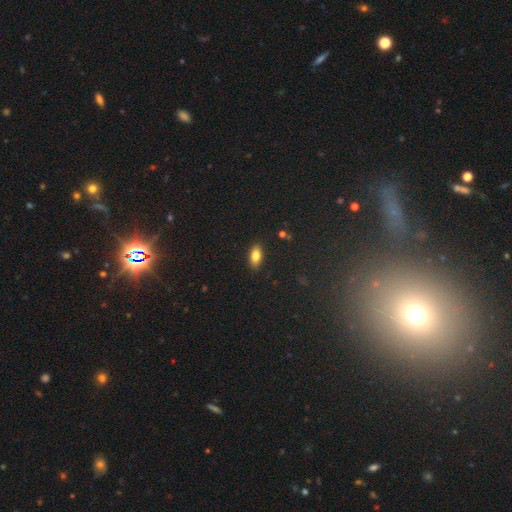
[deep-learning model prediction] smooth_or_featured: smooth (p=0.84) [alt: star or artifact p=0.09]
how_rounded: in between (p=0.90) [alt: cigar-shaped p=0.05]
merging: none (p=0.87) [alt: minor disturbance p=0.09]